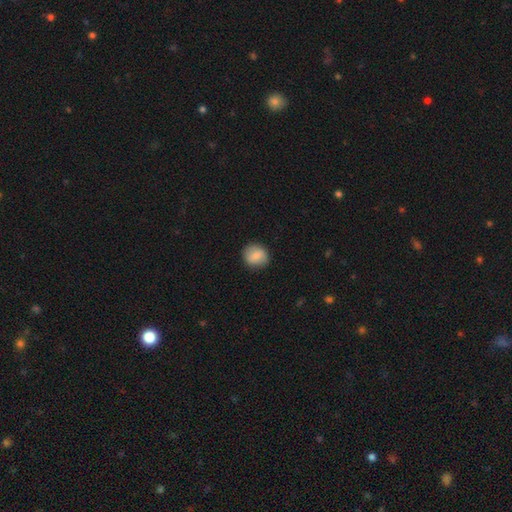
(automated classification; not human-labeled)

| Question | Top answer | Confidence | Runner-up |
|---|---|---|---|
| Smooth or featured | smooth | 81% | featured or disk (12%) |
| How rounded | round | 80% | in between (19%) |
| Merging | none | 86% | minor disturbance (10%) |